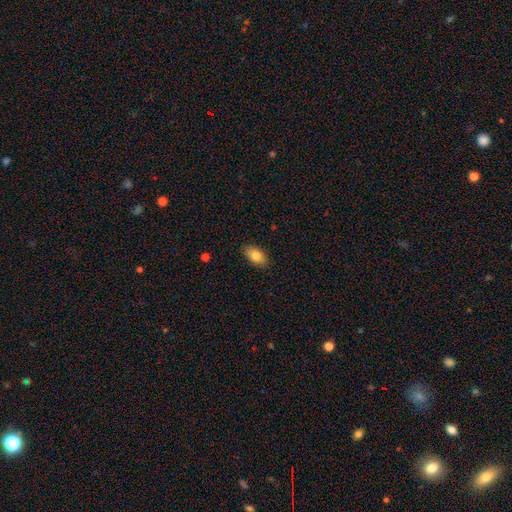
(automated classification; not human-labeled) smooth 84%, featured or disk 9%, star or artifact 7%. Down the decision tree: how rounded — in between (92%); merging — none (87%).